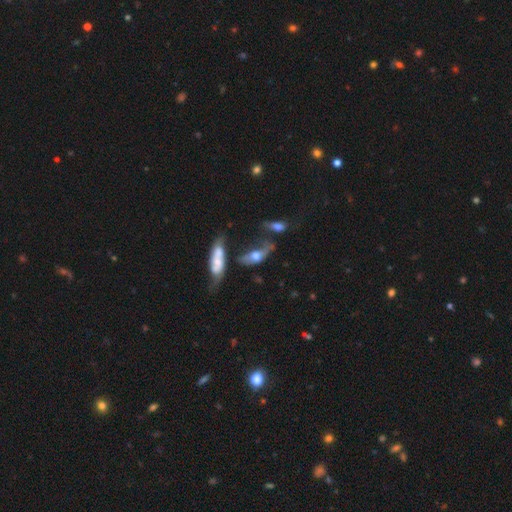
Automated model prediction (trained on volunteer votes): The model was most divided on "smooth or featured" (2-way tie): smooth: 45%, featured or disk: 45%, star or artifact: 9%. Remaining: merging — merger (30%).